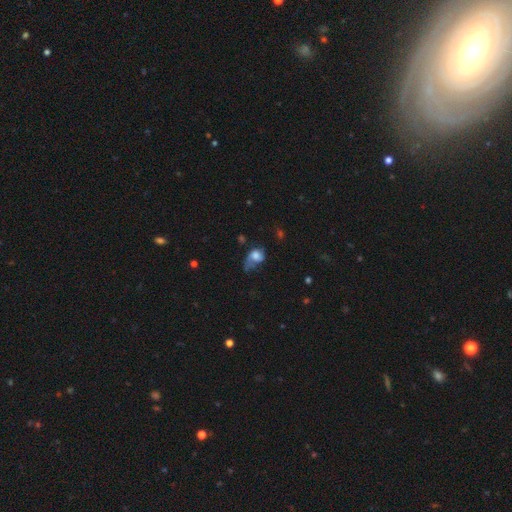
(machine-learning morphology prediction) Smooth or featured?
  - smooth: 51% *
  - featured or disk: 38%
  - star or artifact: 10%
How rounded?
  - in between: 61% *
  - round: 38%
  - cigar-shaped: 2%
Merging?
  - major disturbance: 44% *
  - minor disturbance: 27%
  - none: 24%
  - merger: 5%